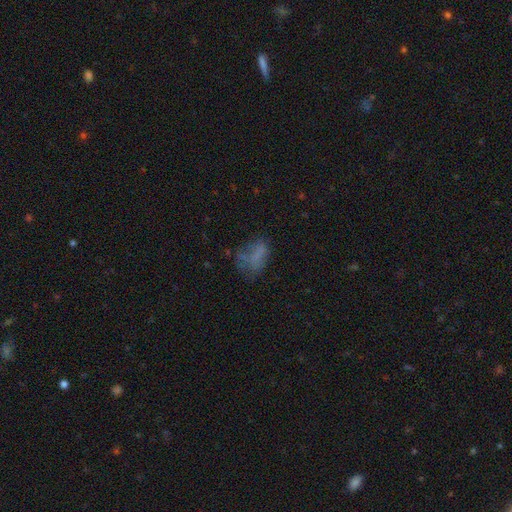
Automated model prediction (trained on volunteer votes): Smooth or featured? Predicted: smooth (p=0.55). How rounded? Predicted: in between (p=0.80). Merging? Predicted: none (p=0.42).